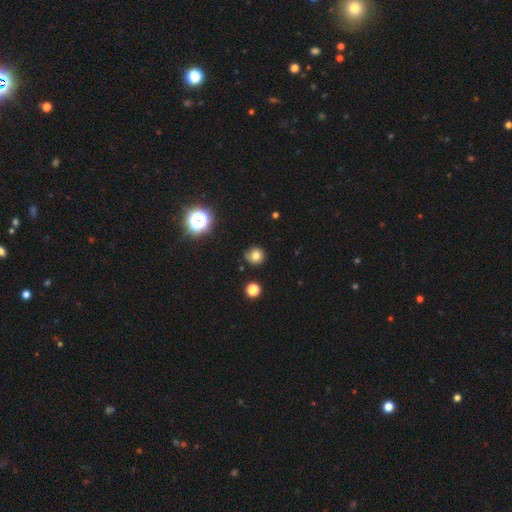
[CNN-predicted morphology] A smooth galaxy with no disk features (76%) that is round (90%).

Vote fractions:
- Smooth or featured? smooth: 76% / star or artifact: 16% / featured or disk: 9%
- How rounded? round: 90% / in between: 9% / cigar-shaped: 1%
- Merging? none: 82% / minor disturbance: 13% / major disturbance: 3% / merger: 2%